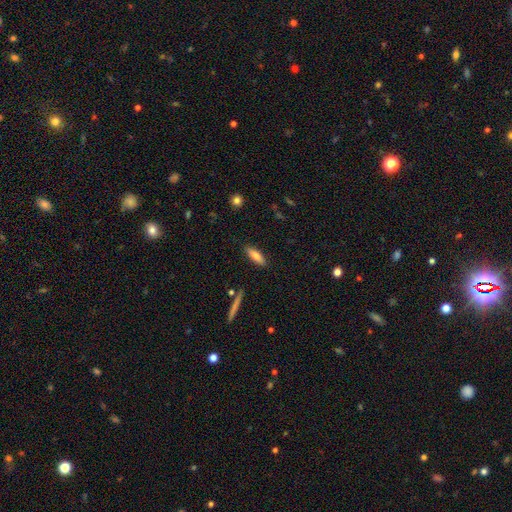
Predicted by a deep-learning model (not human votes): Smooth or featured? Predicted: smooth (p=0.77). How rounded? Predicted: cigar-shaped (p=0.51). Merging? Predicted: none (p=0.87).